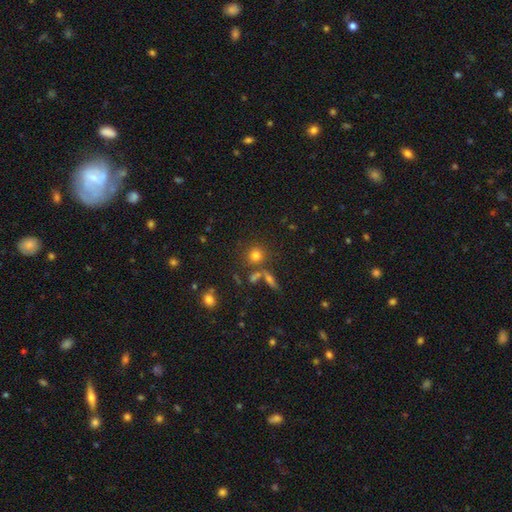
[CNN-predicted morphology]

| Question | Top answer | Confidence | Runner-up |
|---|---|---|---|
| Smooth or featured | smooth | 75% | star or artifact (15%) |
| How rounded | round | 87% | in between (12%) |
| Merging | none | 72% | merger (14%) |